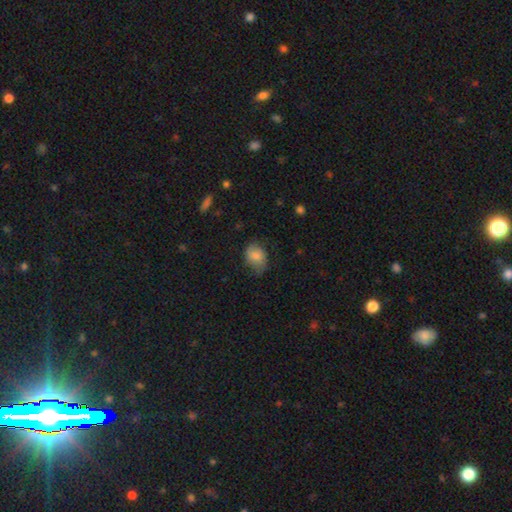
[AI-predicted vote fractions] smooth 77%, featured or disk 15%, star or artifact 8%. Down the decision tree: how rounded — in between (64%); merging — none (56%).